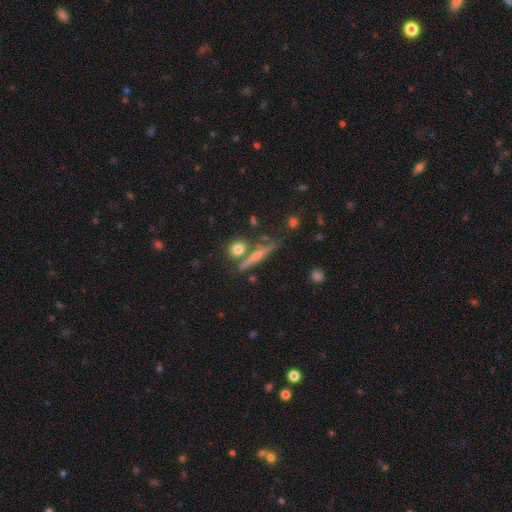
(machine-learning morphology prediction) This is possibly a featured or disk galaxy (56%). It is clearly viewed edge-on (94%). Edge-on bulge: likely rounded (66%). Merging: likely none (76%).